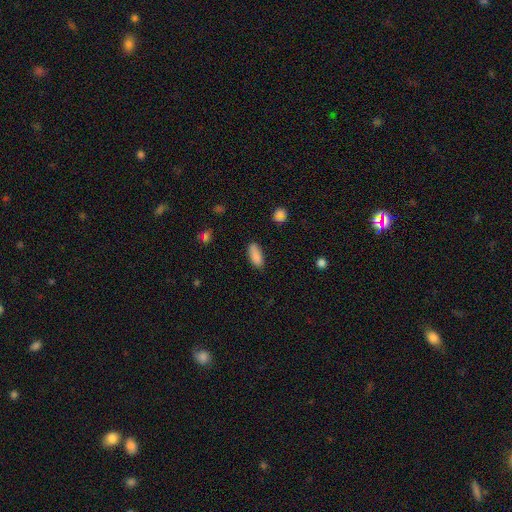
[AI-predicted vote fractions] A smooth galaxy with no disk features (87%) that is in between round and cigar-shaped (77%).

Vote fractions:
- Smooth or featured? smooth: 87% / star or artifact: 8% / featured or disk: 5%
- How rounded? in between: 77% / cigar-shaped: 20% / round: 2%
- Merging? none: 80% / minor disturbance: 15% / major disturbance: 3% / merger: 2%